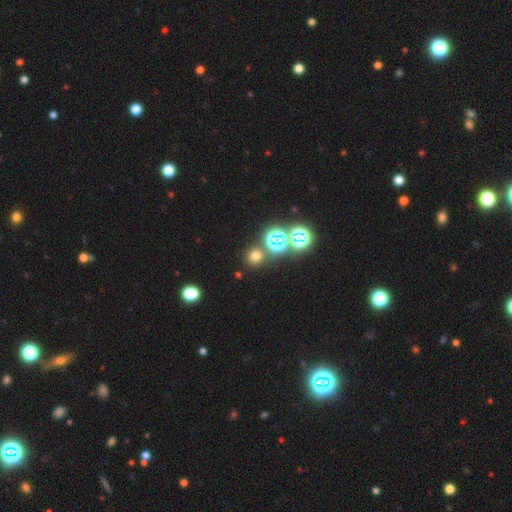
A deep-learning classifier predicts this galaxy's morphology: Smooth or featured: smooth — 60% (star or artifact — 34%)
How rounded: round — 91% (in between — 8%)
Merging: none — 82% (merger — 8%)